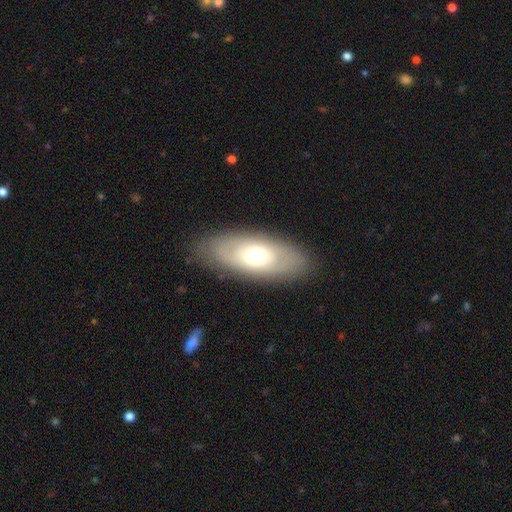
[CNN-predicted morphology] A smooth galaxy with no disk features (51%) that is in between round and cigar-shaped (85%).

Vote fractions:
- Smooth or featured? smooth: 51% / featured or disk: 43% / star or artifact: 7%
- How rounded? in between: 85% / cigar-shaped: 11% / round: 4%
- Merging? none: 85% / minor disturbance: 10% / major disturbance: 4% / merger: 1%